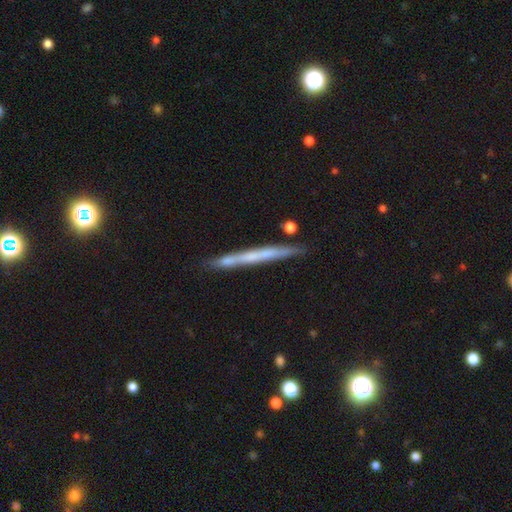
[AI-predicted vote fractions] Overall: featured or disk (50%; smooth 43%). Edge-on disk: yes (94%). Merging: none (83%).